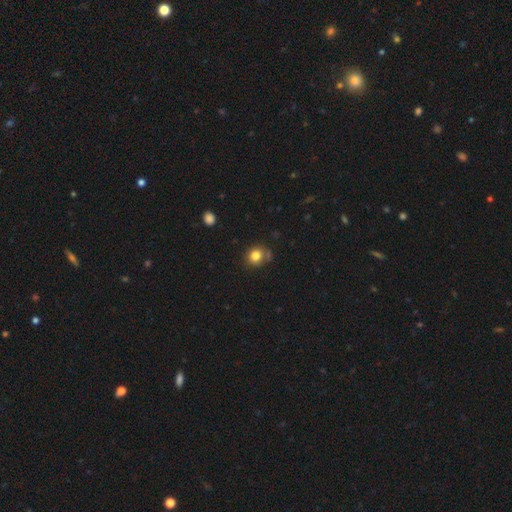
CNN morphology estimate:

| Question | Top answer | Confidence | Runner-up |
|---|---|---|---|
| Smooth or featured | smooth | 81% | star or artifact (11%) |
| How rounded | round | 80% | in between (19%) |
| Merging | none | 69% | minor disturbance (19%) |